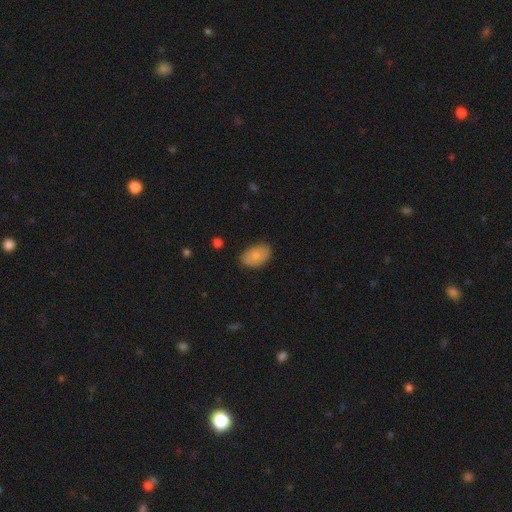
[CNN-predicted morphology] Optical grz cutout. It shows a smooth galaxy with no disk features (77%) that is in between round and cigar-shaped (91%). Merging: none (80%).